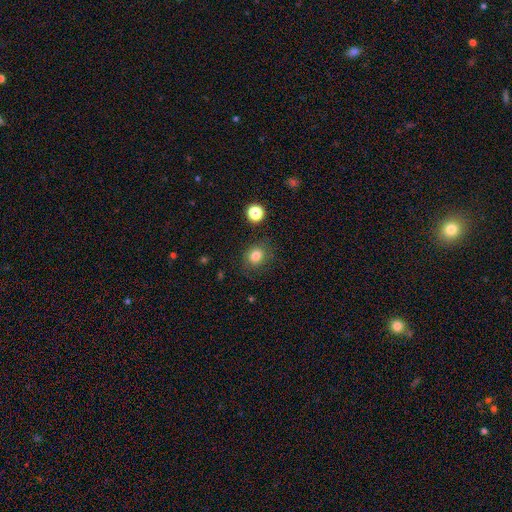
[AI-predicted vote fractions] Q: Smooth or featured?
A: smooth (81%); runner-up: star or artifact (13%)
Q: How rounded?
A: round (69%); runner-up: in between (30%)
Q: Merging?
A: none (81%); runner-up: minor disturbance (12%)